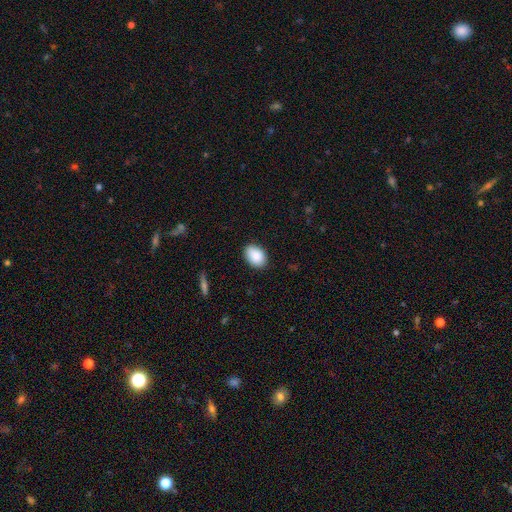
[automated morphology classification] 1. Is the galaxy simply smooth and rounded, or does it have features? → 89% smooth, 7% star or artifact, 4% featured or disk.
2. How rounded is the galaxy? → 84% in between, 15% round, 1% cigar-shaped.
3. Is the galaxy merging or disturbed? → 86% none, 10% minor disturbance, 2% major disturbance, 1% merger.